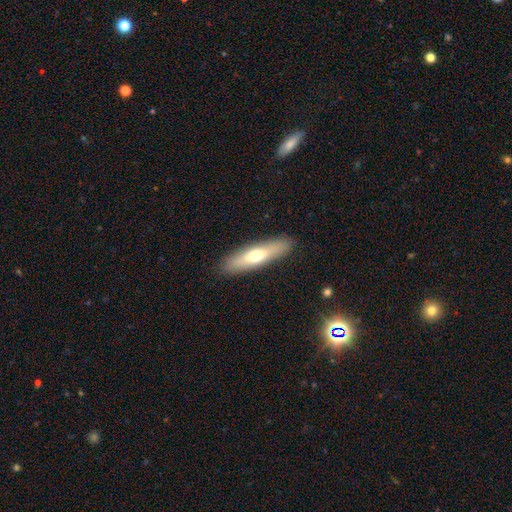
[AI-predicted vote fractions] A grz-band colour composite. It shows a smooth galaxy with no disk features (58%) that is cigar-shaped (72%). Merging: none (89%).